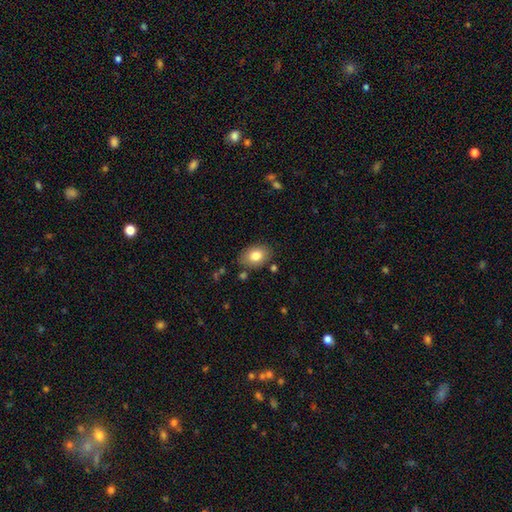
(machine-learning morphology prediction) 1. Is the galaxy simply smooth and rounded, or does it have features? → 81% smooth, 11% featured or disk, 8% star or artifact.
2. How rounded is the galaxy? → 79% in between, 20% round, 1% cigar-shaped.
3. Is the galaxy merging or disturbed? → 81% none, 13% minor disturbance, 3% merger, 3% major disturbance.